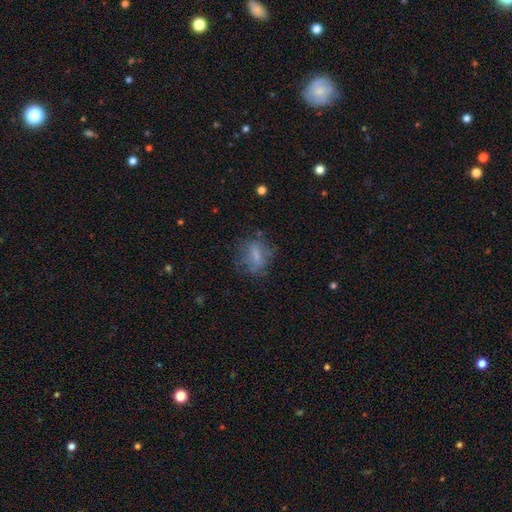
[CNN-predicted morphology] smooth_or_featured: smooth (p=0.53) [alt: featured or disk p=0.34]
how_rounded: in between (p=0.51) [alt: round p=0.38]
merging: none (p=0.60) [alt: minor disturbance p=0.20]